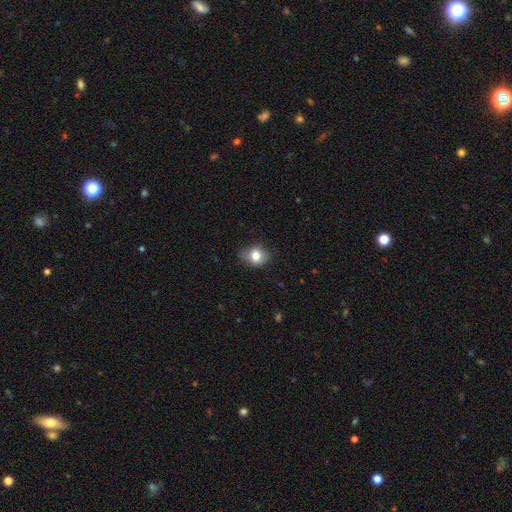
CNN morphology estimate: This is likely a smooth galaxy (79%). How rounded: likely round (62%). Merging: likely none (73%).